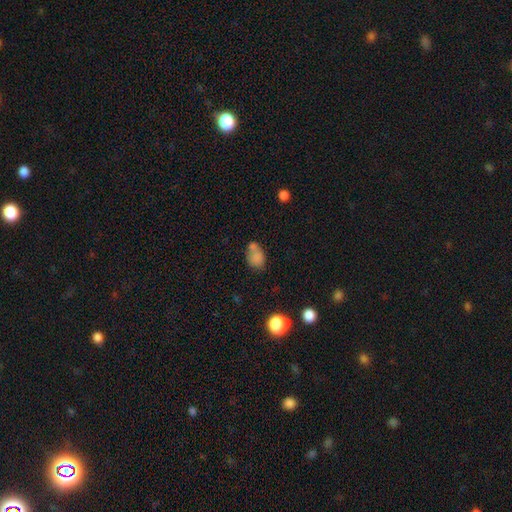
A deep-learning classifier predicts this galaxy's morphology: A smooth galaxy with no disk features (76%) that is in between round and cigar-shaped (72%). Merging: none (42%).